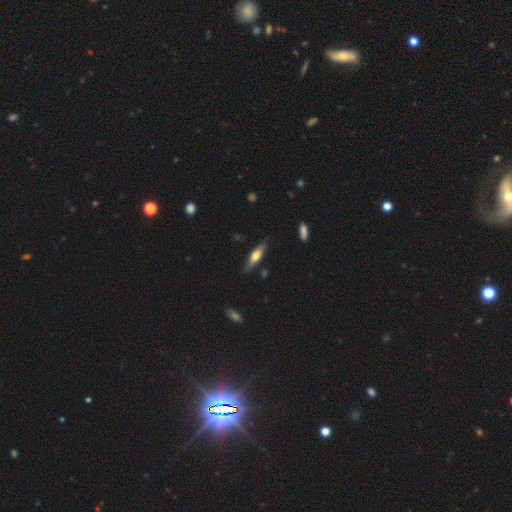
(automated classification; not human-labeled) Q: Smooth or featured?
A: featured or disk (47%); tied with: smooth (47%)
Q: Merging?
A: none (82%); runner-up: minor disturbance (14%)